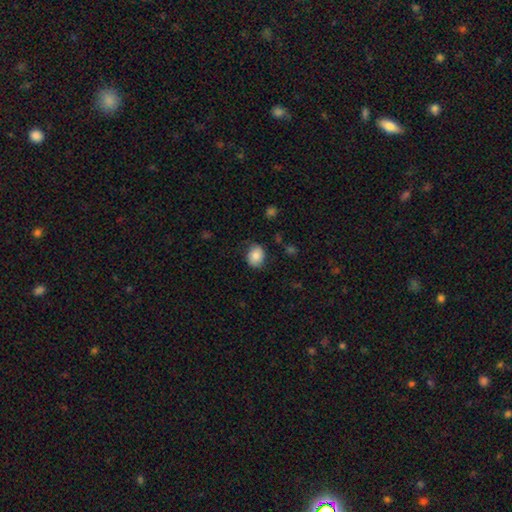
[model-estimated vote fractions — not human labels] A smooth galaxy with no disk features (83%) that is round (51%).

Vote fractions:
- Smooth or featured? smooth: 83% / featured or disk: 8% / star or artifact: 8%
- How rounded? round: 51% / in between: 48% / cigar-shaped: 1%
- Merging? none: 78% / minor disturbance: 17% / major disturbance: 4% / merger: 1%